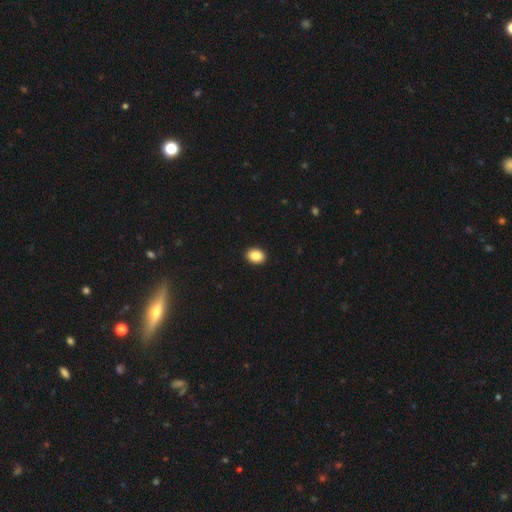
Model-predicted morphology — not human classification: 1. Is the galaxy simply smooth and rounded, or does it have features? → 88% smooth, 8% star or artifact, 4% featured or disk.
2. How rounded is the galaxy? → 68% in between, 31% round, 1% cigar-shaped.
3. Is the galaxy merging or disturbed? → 92% none, 5% minor disturbance, 1% major disturbance, 1% merger.